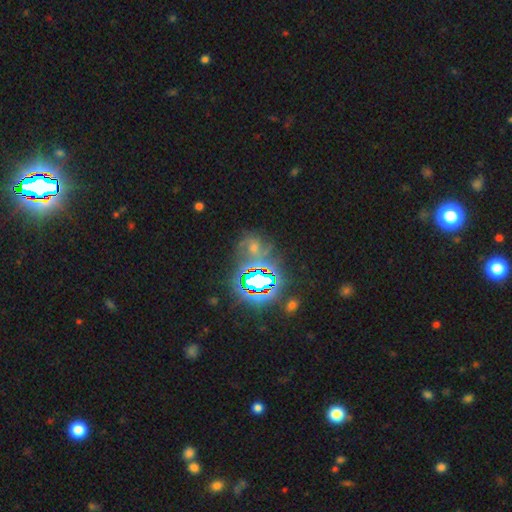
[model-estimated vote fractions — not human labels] smooth-or-featured: star or artifact: 78% | smooth: 13% | featured or disk: 9%